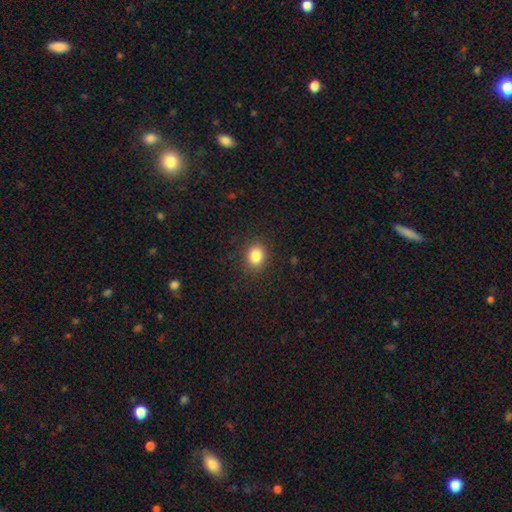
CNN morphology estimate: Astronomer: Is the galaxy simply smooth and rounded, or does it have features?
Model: smooth — 85%.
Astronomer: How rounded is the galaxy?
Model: round — 57% (runner-up: in between, 42%).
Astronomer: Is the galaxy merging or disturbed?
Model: none — 88%.